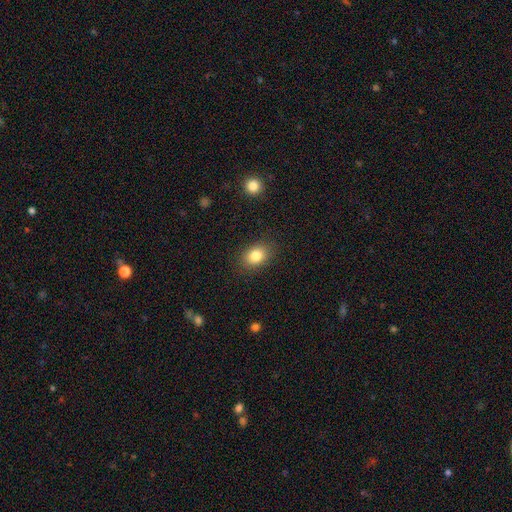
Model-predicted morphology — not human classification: Smooth or featured: smooth — 82% (star or artifact — 9%)
How rounded: in between — 71% (round — 28%)
Merging: none — 86% (minor disturbance — 10%)